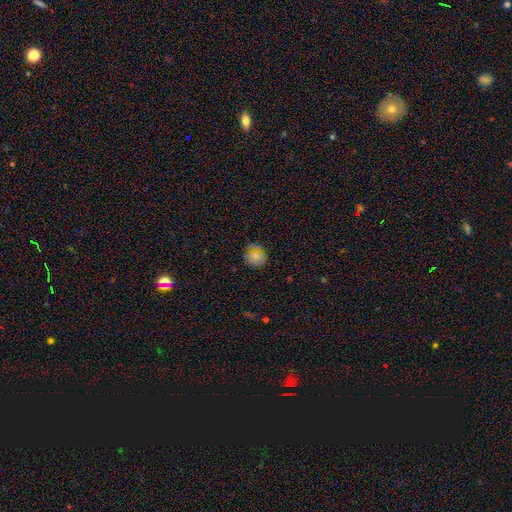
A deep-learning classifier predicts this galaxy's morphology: Smooth or featured?
  - smooth: 71% *
  - star or artifact: 19%
  - featured or disk: 10%
How rounded?
  - round: 83% *
  - in between: 15%
  - cigar-shaped: 1%
Merging?
  - none: 83% *
  - minor disturbance: 12%
  - major disturbance: 3%
  - merger: 2%